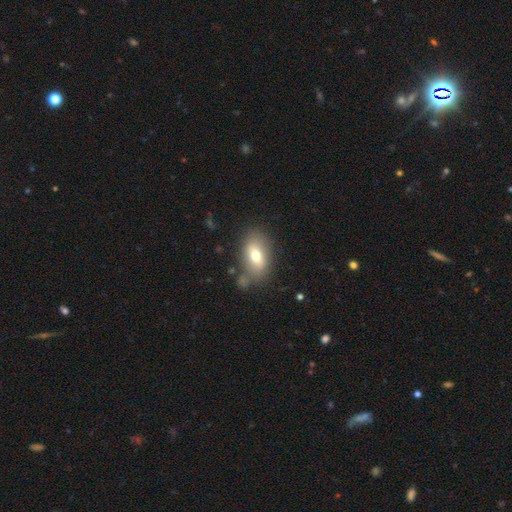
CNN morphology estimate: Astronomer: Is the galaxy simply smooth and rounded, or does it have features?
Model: smooth — 66%.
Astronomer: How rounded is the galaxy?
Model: in between — 87%.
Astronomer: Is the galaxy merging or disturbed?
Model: none — 69%.